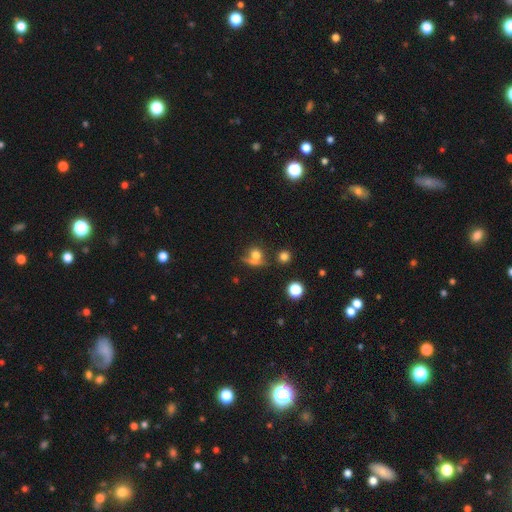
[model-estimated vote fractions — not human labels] Smooth or featured? Predicted: smooth (p=0.68). How rounded? Predicted: round (p=0.77). Merging? Predicted: none (p=0.43).